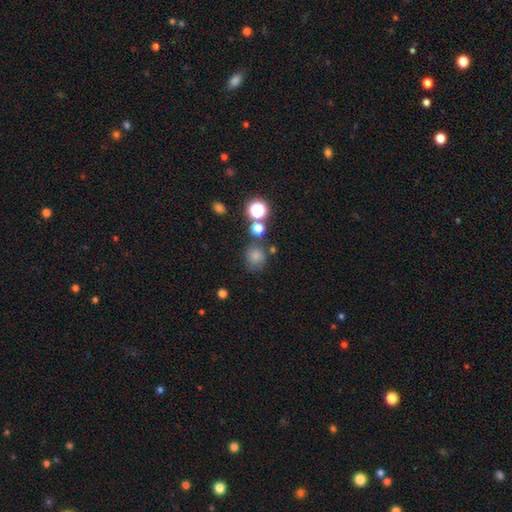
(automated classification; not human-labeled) Q: Smooth or featured?
A: smooth (75%); runner-up: star or artifact (17%)
Q: How rounded?
A: round (82%); runner-up: in between (17%)
Q: Merging?
A: none (67%); runner-up: minor disturbance (16%)